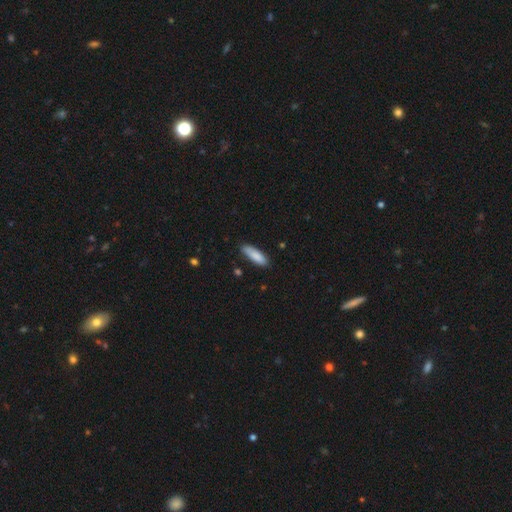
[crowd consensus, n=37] This appears to be a smooth galaxy with no disk features (89%) that is cigar-shaped (58%). Merging: none (83%).